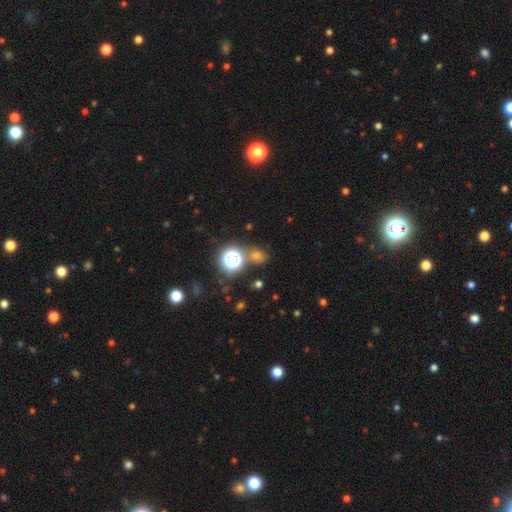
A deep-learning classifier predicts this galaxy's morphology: smooth 47%, star or artifact 46%, featured or disk 8%. Down the decision tree: merging — none (75%).